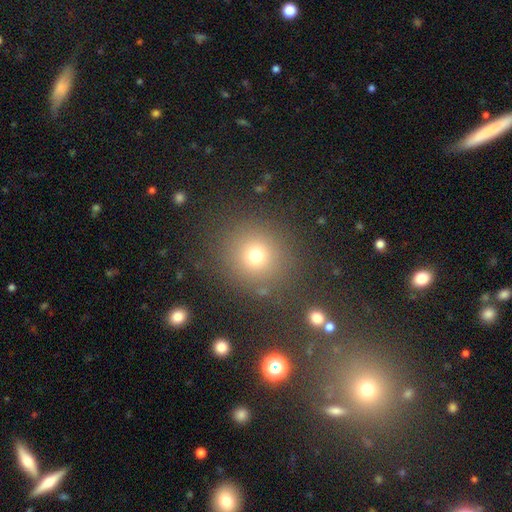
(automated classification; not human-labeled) Smooth or featured?
  - smooth: 72% *
  - star or artifact: 19%
  - featured or disk: 9%
How rounded?
  - round: 90% *
  - in between: 9%
  - cigar-shaped: 1%
Merging?
  - none: 83% *
  - minor disturbance: 8%
  - major disturbance: 4%
  - merger: 4%